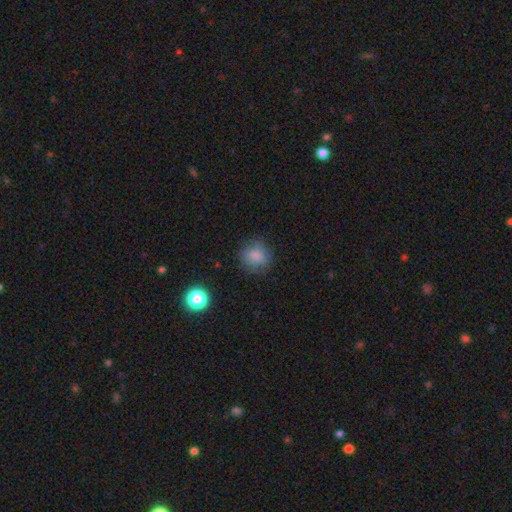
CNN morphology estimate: Q: Smooth or featured?
A: smooth (80%); runner-up: star or artifact (11%)
Q: How rounded?
A: round (80%); runner-up: in between (19%)
Q: Merging?
A: none (77%); runner-up: minor disturbance (16%)